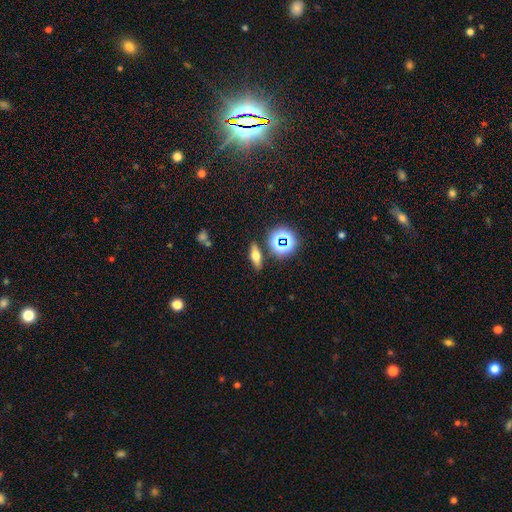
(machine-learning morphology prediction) type=smooth (49%); merging=none (85%).